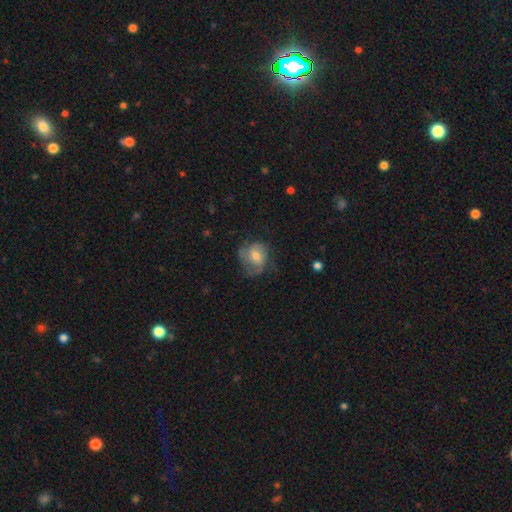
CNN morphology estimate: This appears to be a smooth galaxy with no disk features (47%). Merging: none (53%).